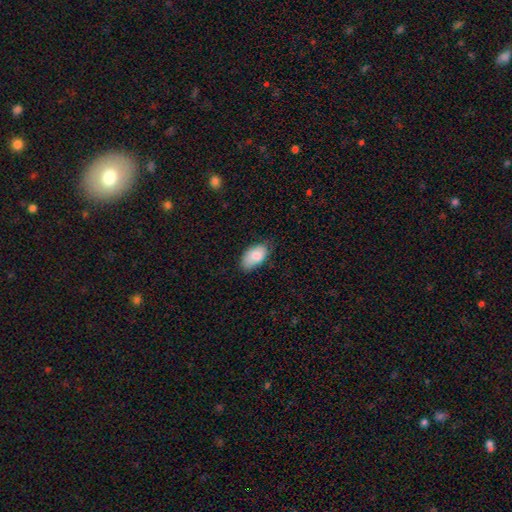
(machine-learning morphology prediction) Smooth or featured? smooth (83%)
How rounded? in between (94%)
Merging? none (67%)